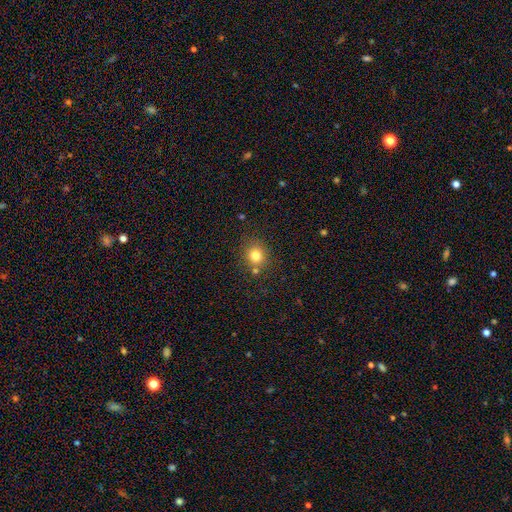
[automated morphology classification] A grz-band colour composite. It shows a smooth galaxy with no disk features (79%) that is round (86%). Merging: none (77%).